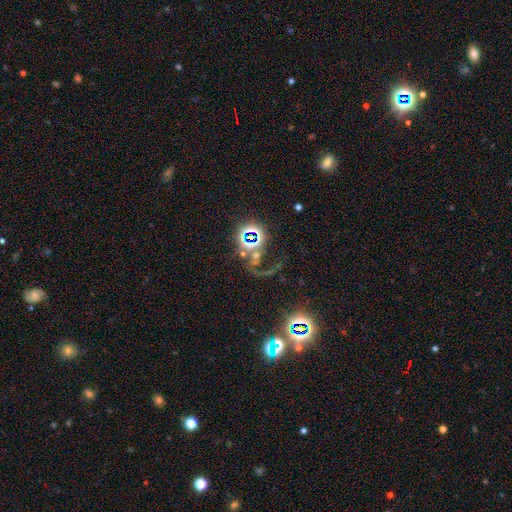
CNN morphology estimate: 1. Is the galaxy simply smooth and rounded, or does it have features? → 57% star or artifact, 24% featured or disk, 19% smooth.